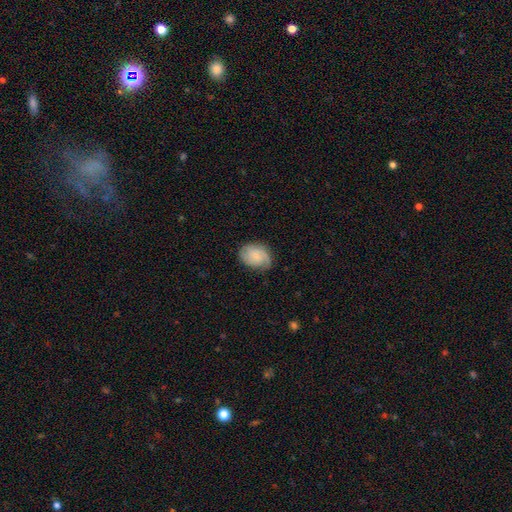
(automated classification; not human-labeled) Overall: smooth (47%; featured or disk 45%). Merging: none (73%).